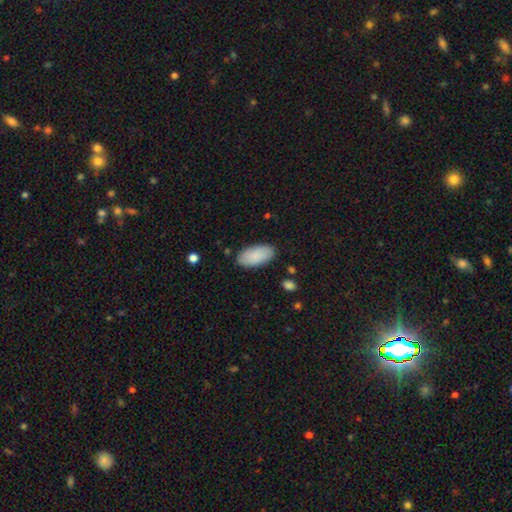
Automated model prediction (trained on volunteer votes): A smooth galaxy with no disk features (88%) that is in between round and cigar-shaped (94%). Merging: none (86%).